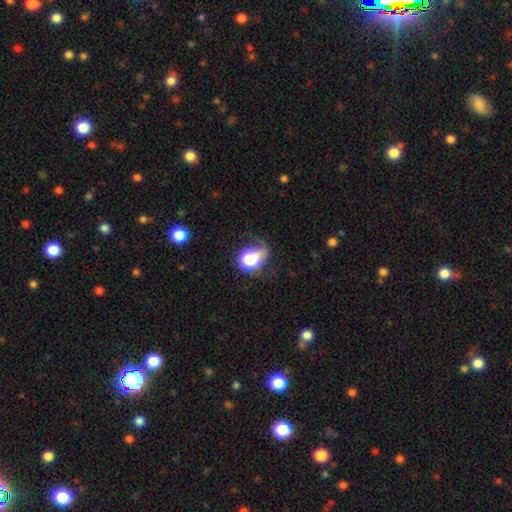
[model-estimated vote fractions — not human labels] Overall: smooth (62%; featured or disk 24%). How rounded: round (54%; in between 44%). Merging: major disturbance (38%; none 30%).